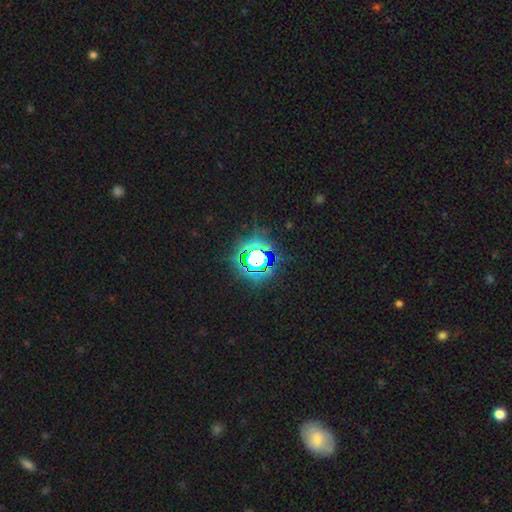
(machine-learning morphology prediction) Overall: star or artifact (73%).